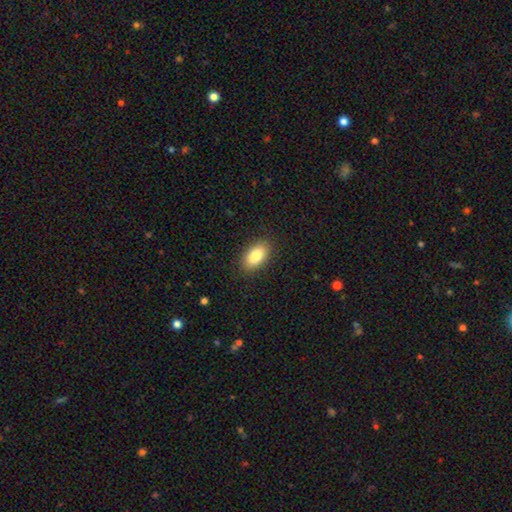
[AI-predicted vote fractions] smooth_or_featured: smooth (p=0.85) [alt: featured or disk p=0.08]
how_rounded: in between (p=0.92) [alt: cigar-shaped p=0.04]
merging: none (p=0.88) [alt: minor disturbance p=0.09]